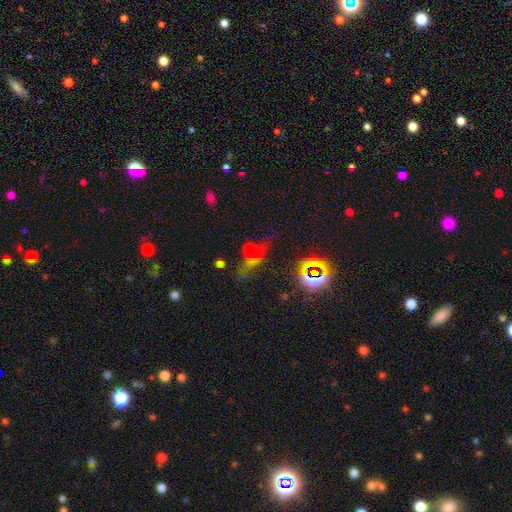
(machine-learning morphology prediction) A smooth galaxy with no disk features (42%).

Vote fractions:
- Smooth or featured? smooth: 42% / star or artifact: 38% / featured or disk: 20%
- Merging? none: 41% / merger: 28% / major disturbance: 16% / minor disturbance: 15%